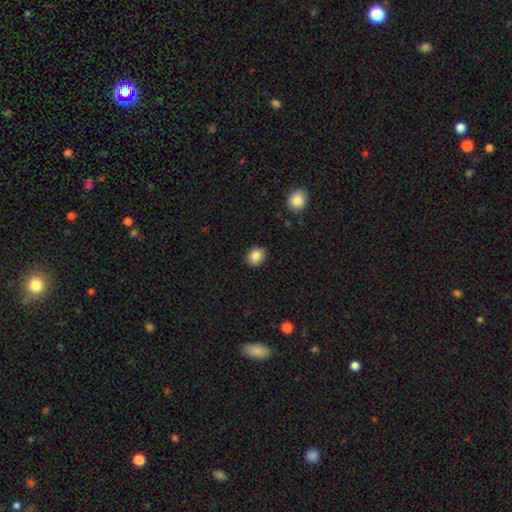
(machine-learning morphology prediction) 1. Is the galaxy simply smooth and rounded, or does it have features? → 86% smooth, 9% star or artifact, 5% featured or disk.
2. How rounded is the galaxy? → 65% round, 34% in between, 1% cigar-shaped.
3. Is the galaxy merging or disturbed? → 89% none, 8% minor disturbance, 2% major disturbance, 1% merger.